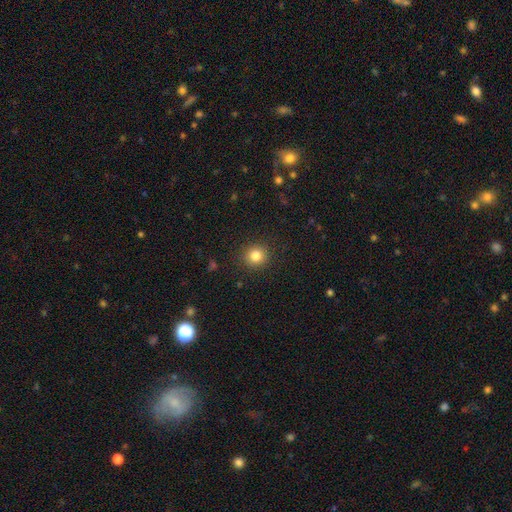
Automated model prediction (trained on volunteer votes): smooth-or-featured: smooth: 83% | star or artifact: 12% | featured or disk: 6%
  how-rounded: round: 89% | in between: 10% | cigar-shaped: 1%
  merging: none: 90% | minor disturbance: 7% | major disturbance: 2% | merger: 1%